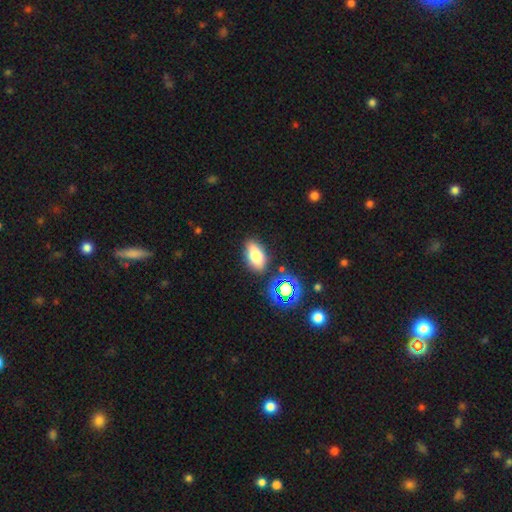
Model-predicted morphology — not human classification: Smooth or featured: smooth — 72% (featured or disk — 15%)
How rounded: in between — 87% (round — 7%)
Merging: none — 82% (minor disturbance — 11%)